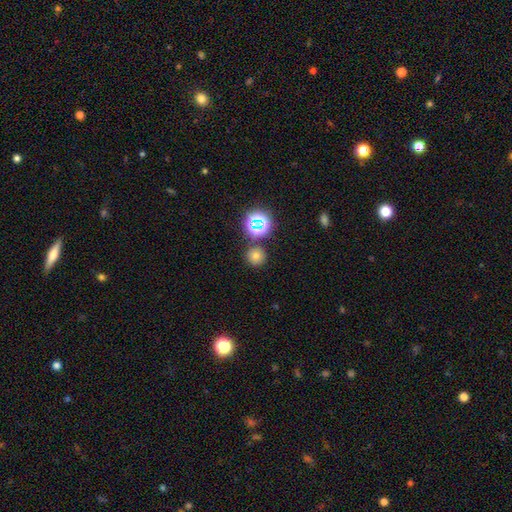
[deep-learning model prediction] Smooth or featured? smooth (66%)
How rounded? round (93%)
Merging? none (83%)